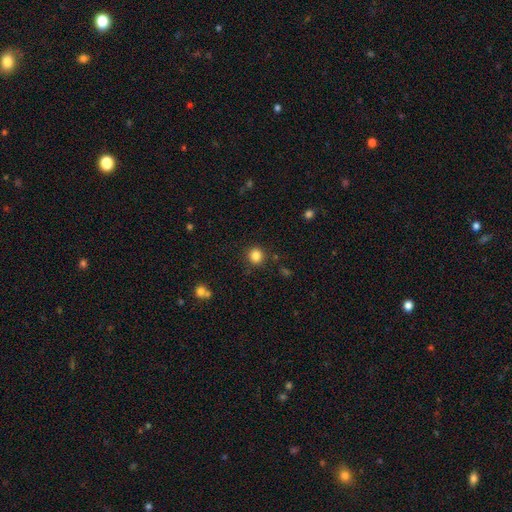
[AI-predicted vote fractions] Smooth or featured?
  - smooth: 84% *
  - star or artifact: 11%
  - featured or disk: 4%
How rounded?
  - round: 90% *
  - in between: 9%
  - cigar-shaped: 1%
Merging?
  - none: 88% *
  - minor disturbance: 7%
  - major disturbance: 3%
  - merger: 2%